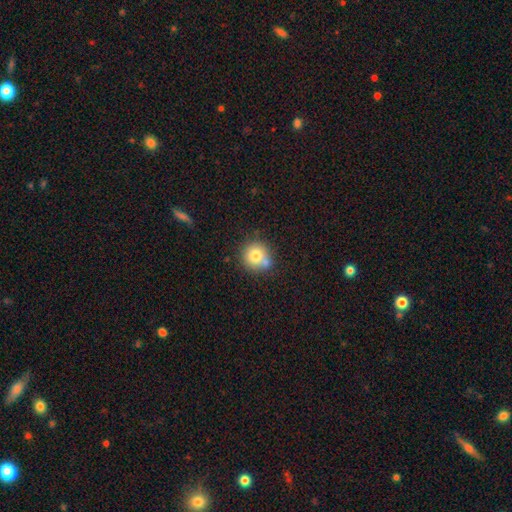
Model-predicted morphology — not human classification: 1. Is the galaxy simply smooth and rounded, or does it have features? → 76% smooth, 14% featured or disk, 10% star or artifact.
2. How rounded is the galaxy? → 90% round, 9% in between, 1% cigar-shaped.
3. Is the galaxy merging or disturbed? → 60% none, 24% merger, 13% minor disturbance, 4% major disturbance.